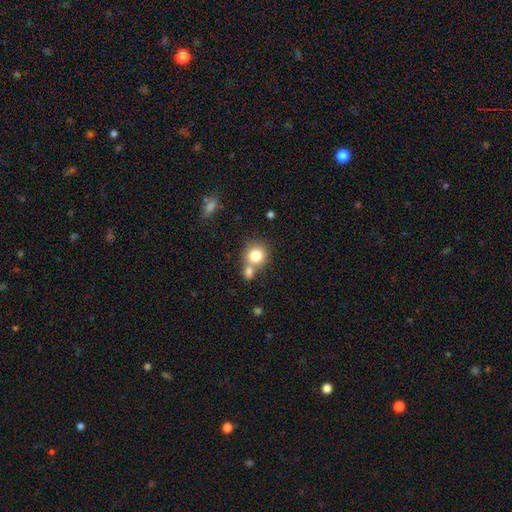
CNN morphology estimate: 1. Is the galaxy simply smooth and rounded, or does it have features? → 80% smooth, 11% featured or disk, 10% star or artifact.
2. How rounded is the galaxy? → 84% round, 15% in between, 1% cigar-shaped.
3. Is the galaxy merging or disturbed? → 49% none, 38% merger, 9% minor disturbance, 4% major disturbance.